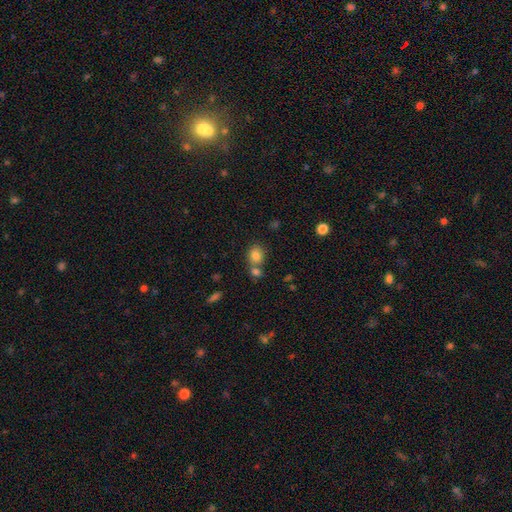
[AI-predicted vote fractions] A smooth galaxy with no disk features (82%) that is round (63%).

Vote fractions:
- Smooth or featured? smooth: 82% / star or artifact: 11% / featured or disk: 7%
- How rounded? round: 63% / in between: 36% / cigar-shaped: 1%
- Merging? none: 57% / merger: 30% / minor disturbance: 10% / major disturbance: 3%